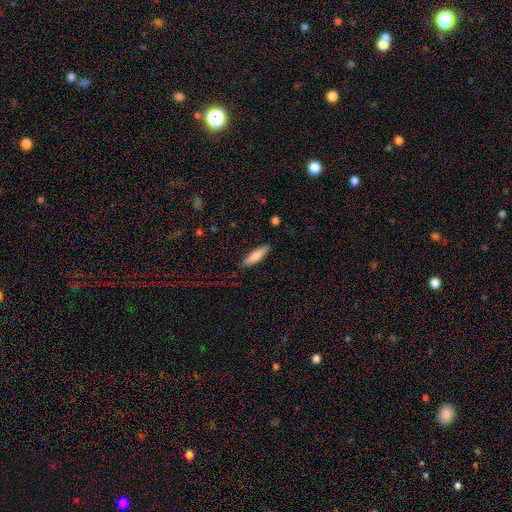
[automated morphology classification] Smooth or featured? smooth (76%)
How rounded? cigar-shaped (73%)
Merging? none (87%)